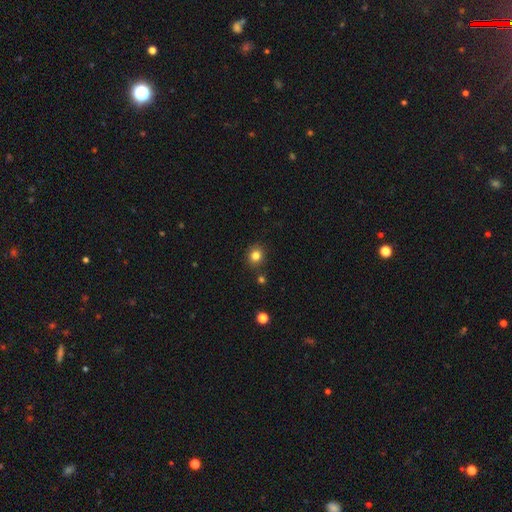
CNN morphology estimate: Q: Smooth or featured?
A: smooth (82%); runner-up: star or artifact (13%)
Q: How rounded?
A: round (83%); runner-up: in between (16%)
Q: Merging?
A: none (86%); runner-up: minor disturbance (8%)